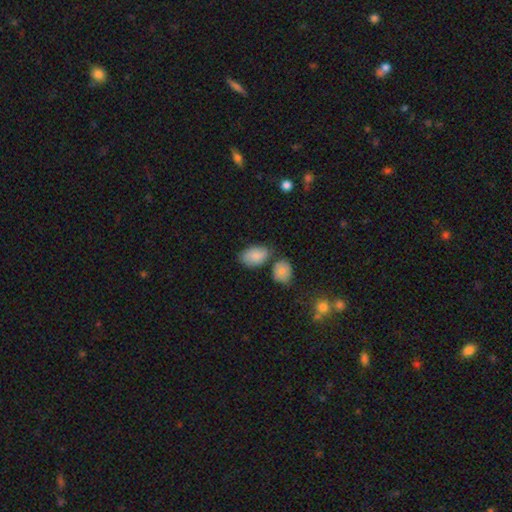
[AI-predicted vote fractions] Q: Smooth or featured?
A: smooth (83%); runner-up: featured or disk (10%)
Q: How rounded?
A: in between (90%); runner-up: round (9%)
Q: Merging?
A: none (59%); runner-up: minor disturbance (20%)